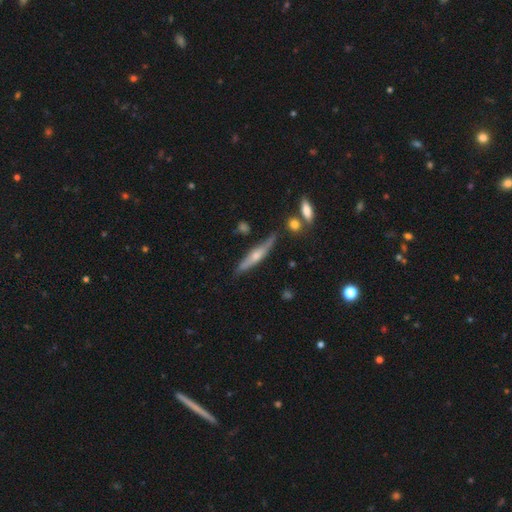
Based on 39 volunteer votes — Smooth or featured? 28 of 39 (72%) said featured or disk. Edge-on disk? 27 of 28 (96%) said yes. Edge-on bulge? 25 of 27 (93%) said rounded. Merging? 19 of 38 (50%) said none.